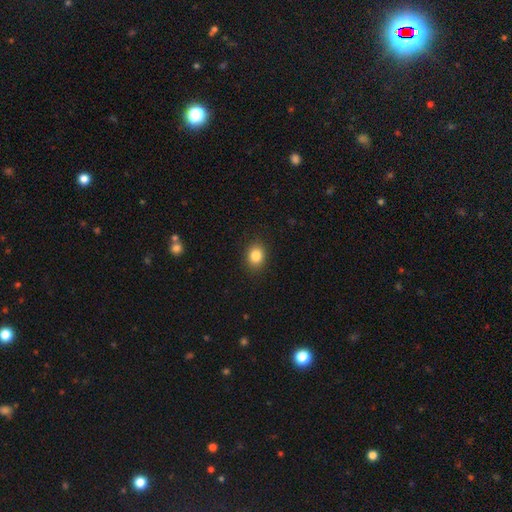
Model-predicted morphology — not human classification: type=smooth (84%); roundness=round (51%); merging=none (89%).